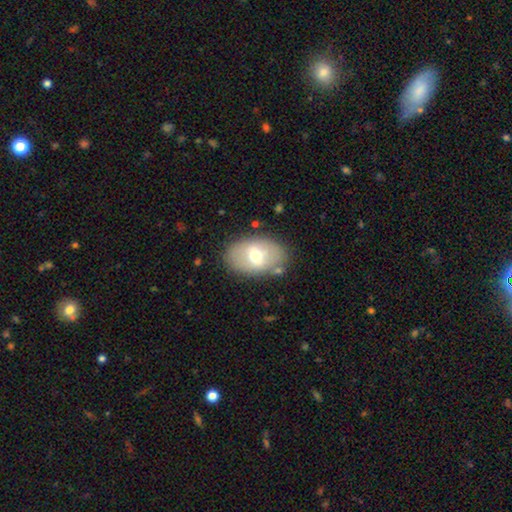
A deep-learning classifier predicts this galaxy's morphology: smooth-or-featured: smooth: 56% | featured or disk: 37% | star or artifact: 7%
  how-rounded: in between: 86% | round: 13% | cigar-shaped: 1%
  merging: none: 80% | minor disturbance: 13% | major disturbance: 4% | merger: 3%